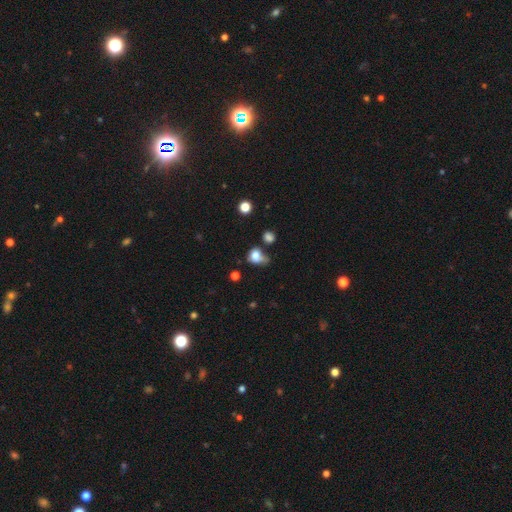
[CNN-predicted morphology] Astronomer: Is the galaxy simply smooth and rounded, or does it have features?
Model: smooth — 75%.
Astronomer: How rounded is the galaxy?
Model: round — 53% (runner-up: in between, 46%).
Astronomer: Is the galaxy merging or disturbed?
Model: minor disturbance — 30% (runner-up: none, 29%).